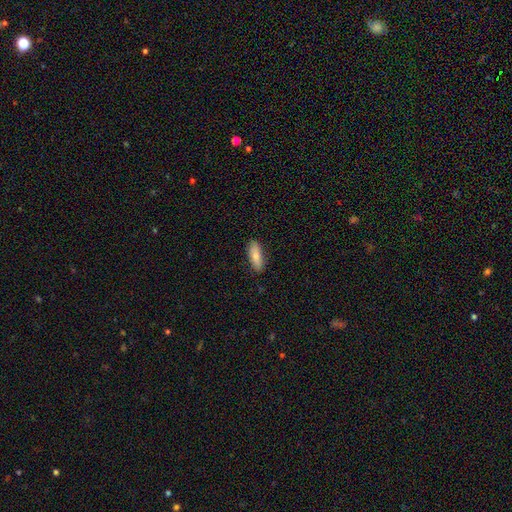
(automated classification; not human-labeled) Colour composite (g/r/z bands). It shows a smooth galaxy with no disk features (77%) that is in between round and cigar-shaped (63%). Merging: none (87%).